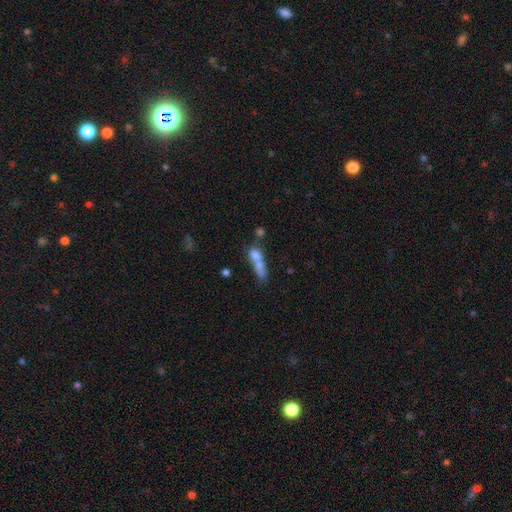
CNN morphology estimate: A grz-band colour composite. It shows a smooth galaxy with no disk features (68%) that is in between round and cigar-shaped (48%). Merging: merger (60%).